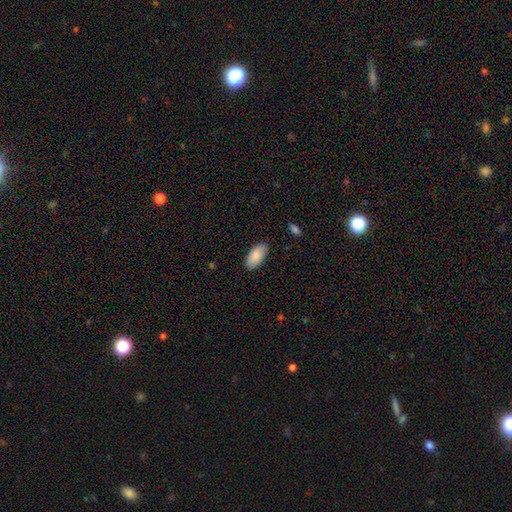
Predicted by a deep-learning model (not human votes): The model was most divided on "merging": none: 87%, minor disturbance: 10%, major disturbance: 2%, merger: 1%. More confident: how rounded — in between (94%); smooth or featured — smooth (88%).